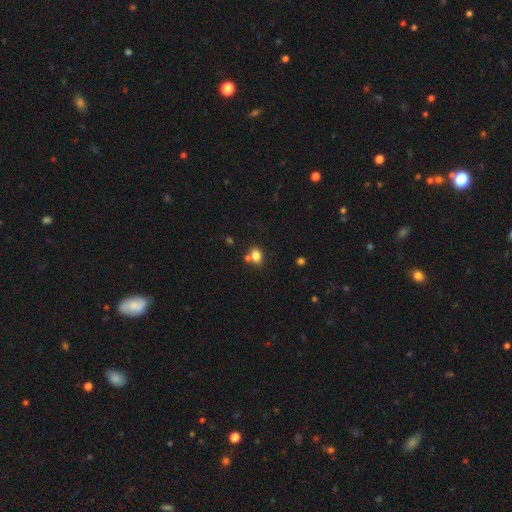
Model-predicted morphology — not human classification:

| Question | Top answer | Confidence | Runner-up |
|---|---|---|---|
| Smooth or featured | smooth | 81% | star or artifact (11%) |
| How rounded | in between | 62% | round (37%) |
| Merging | none | 62% | merger (23%) |